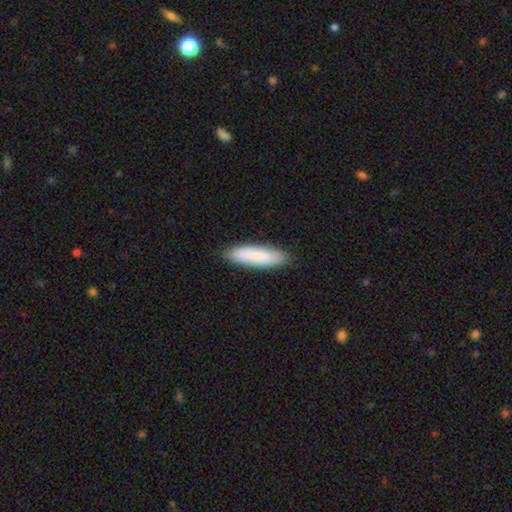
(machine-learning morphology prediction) A smooth galaxy with no disk features (83%) that is cigar-shaped (68%).

Vote fractions:
- Smooth or featured? smooth: 83% / featured or disk: 11% / star or artifact: 6%
- How rounded? cigar-shaped: 68% / in between: 31% / round: 1%
- Merging? none: 88% / minor disturbance: 9% / major disturbance: 2% / merger: 1%